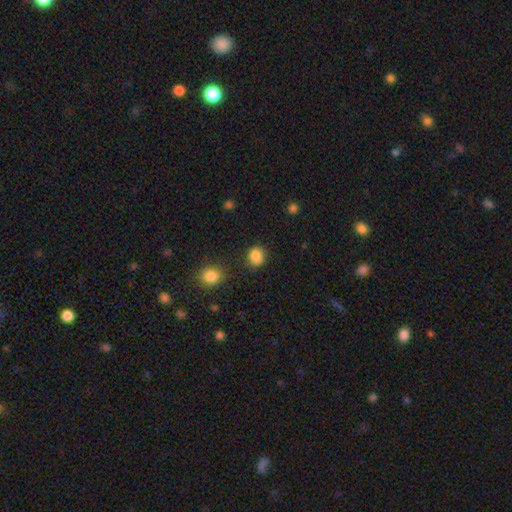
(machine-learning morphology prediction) smooth 84%, star or artifact 11%, featured or disk 5%. Down the decision tree: how rounded — round (75%); merging — none (73%).